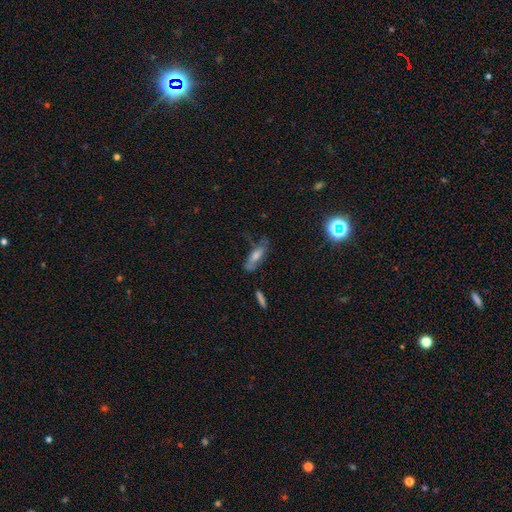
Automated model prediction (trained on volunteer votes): Smooth or featured: featured or disk — 44% (smooth — 41%)
Merging: none — 57% (minor disturbance — 25%)